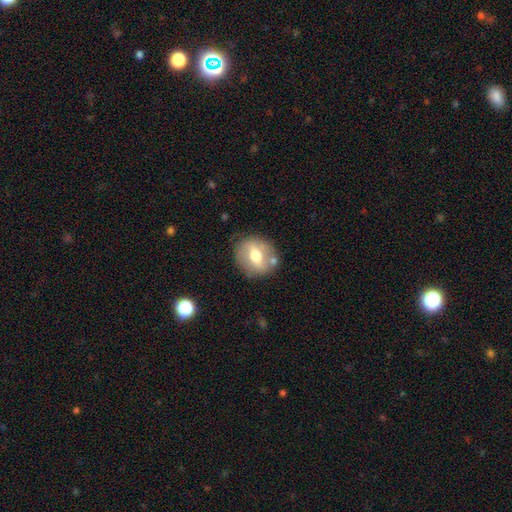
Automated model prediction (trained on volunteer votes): A smooth galaxy with no disk features (47%). Merging: none (78%).